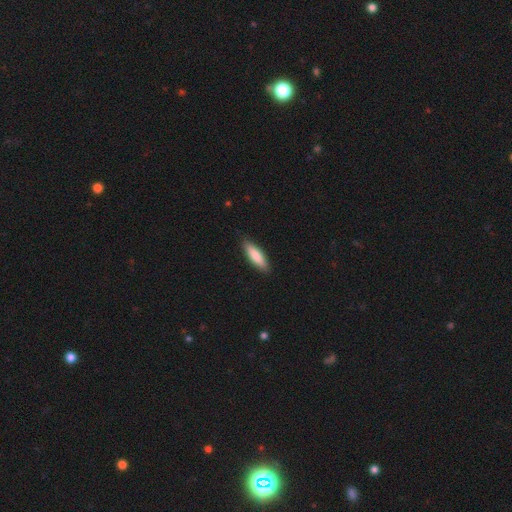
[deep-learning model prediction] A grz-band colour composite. It shows a smooth galaxy with no disk features (81%) that is cigar-shaped (58%). Merging: none (87%).